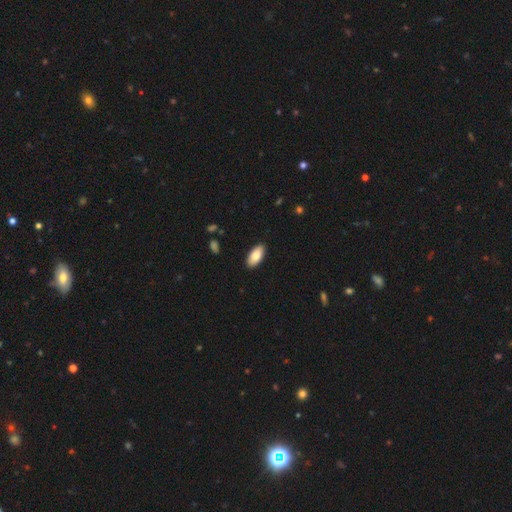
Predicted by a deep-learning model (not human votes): smooth-or-featured: smooth: 84% | featured or disk: 10% | star or artifact: 6%
  how-rounded: in between: 91% | cigar-shaped: 7% | round: 2%
  merging: none: 89% | minor disturbance: 8% | major disturbance: 2% | merger: 1%